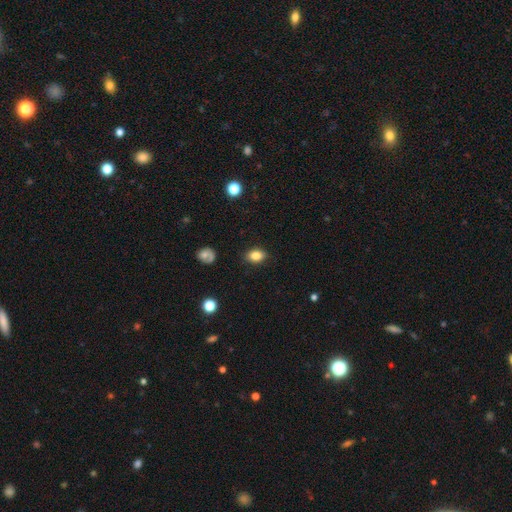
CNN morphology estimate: This appears to be a smooth galaxy with no disk features (84%) that is in between round and cigar-shaped (81%). Merging: none (86%).